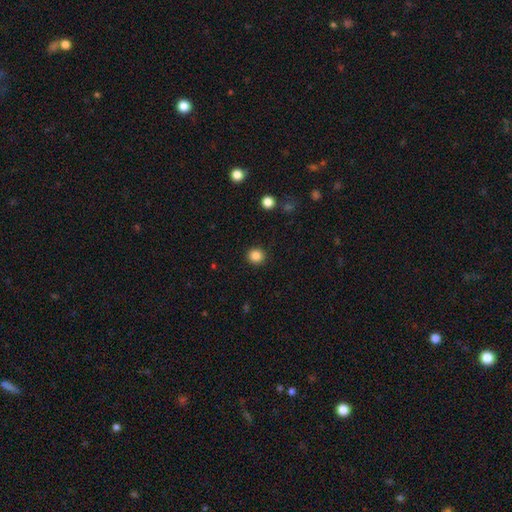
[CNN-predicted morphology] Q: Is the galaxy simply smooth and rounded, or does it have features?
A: smooth — 85%.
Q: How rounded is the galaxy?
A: round — 93%.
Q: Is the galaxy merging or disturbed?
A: none — 92%.